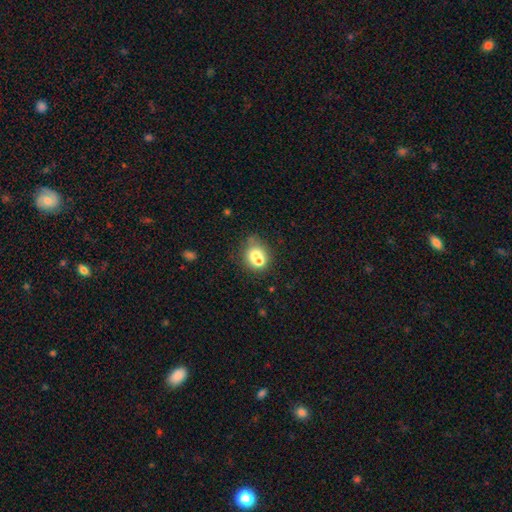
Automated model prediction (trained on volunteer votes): smooth 67%, featured or disk 22%, star or artifact 11%. Down the decision tree: how rounded — round (58%); merging — merger (46%).